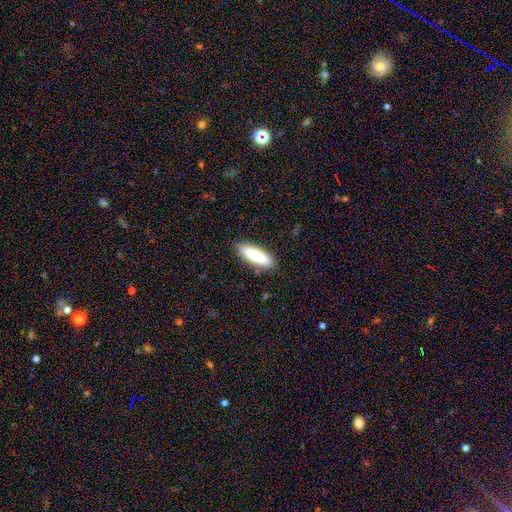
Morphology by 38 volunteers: type=smooth (63%); roundness=in between (58%); merging=none (83%).